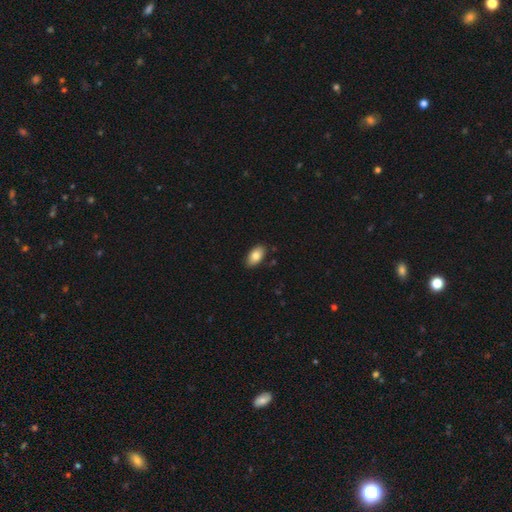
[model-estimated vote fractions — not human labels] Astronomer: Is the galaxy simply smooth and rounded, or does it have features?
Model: smooth — 82%.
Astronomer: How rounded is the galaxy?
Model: in between — 94%.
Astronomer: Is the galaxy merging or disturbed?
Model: none — 86%.